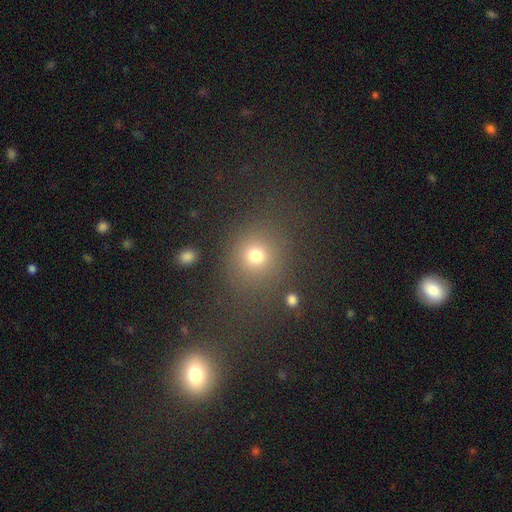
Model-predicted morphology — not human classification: Smooth or featured? Predicted: smooth (p=0.75). How rounded? Predicted: round (p=0.81). Merging? Predicted: none (p=0.76).